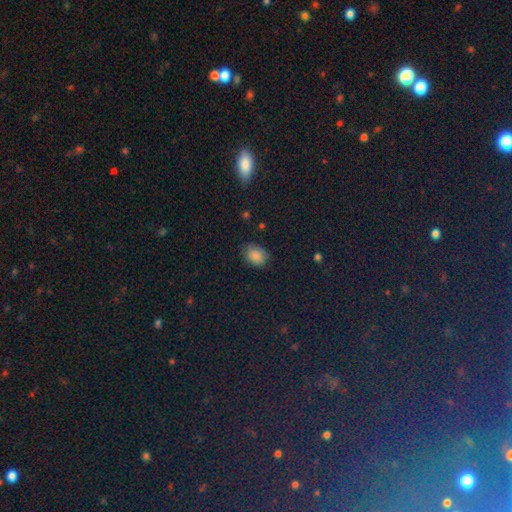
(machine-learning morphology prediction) A smooth galaxy with no disk features (83%) that is in between round and cigar-shaped (65%). Merging: none (79%).